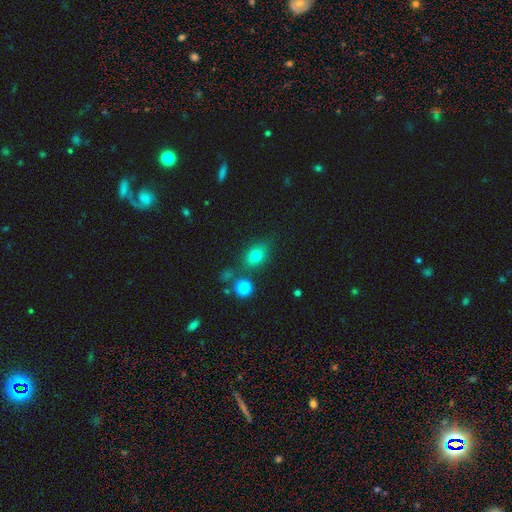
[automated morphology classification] Smooth or featured? Predicted: smooth (p=0.74). How rounded? Predicted: in between (p=0.64). Merging? Predicted: none (p=0.71).